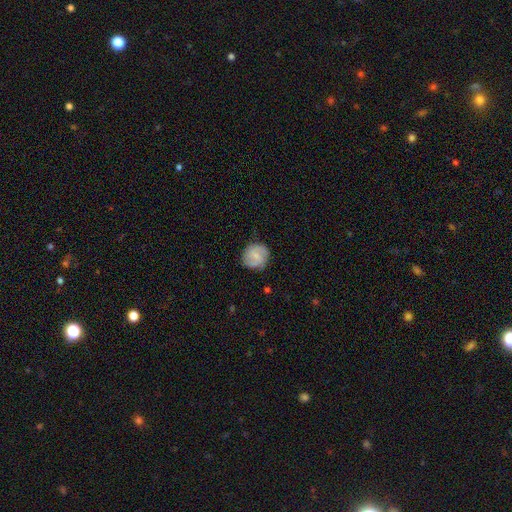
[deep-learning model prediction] Smooth or featured? smooth (50%)
How rounded? round (86%)
Merging? none (79%)